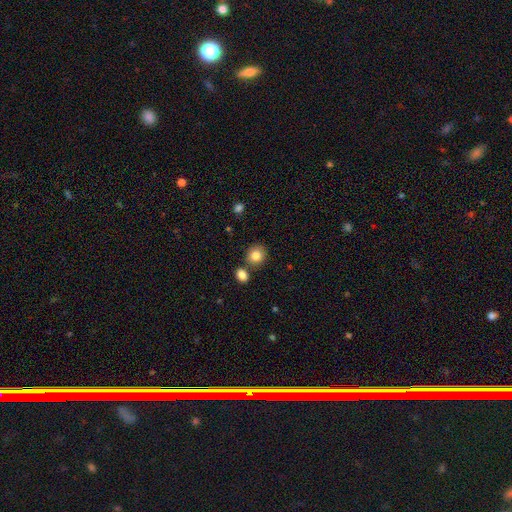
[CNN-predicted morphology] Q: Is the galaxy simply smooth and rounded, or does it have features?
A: smooth — 84%.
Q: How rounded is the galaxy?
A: round — 78%.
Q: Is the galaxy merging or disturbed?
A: none — 73%.